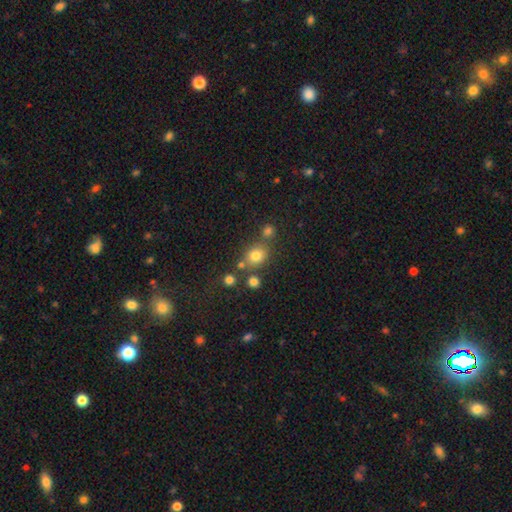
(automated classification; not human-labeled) Smooth or featured? Predicted: smooth (p=0.77). How rounded? Predicted: round (p=0.66). Merging? Predicted: none (p=0.66).